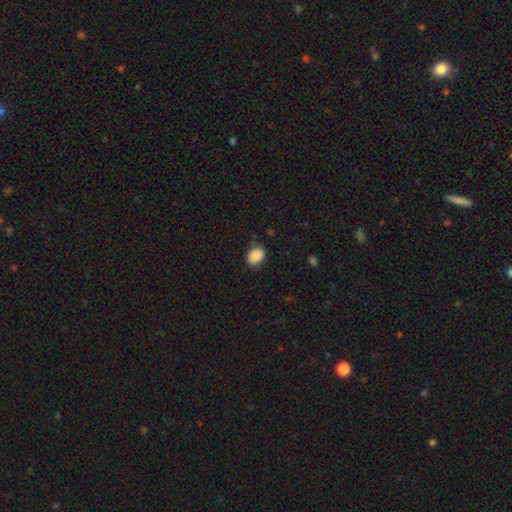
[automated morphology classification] Smooth or featured? smooth (88%)
How rounded? in between (64%)
Merging? none (75%)